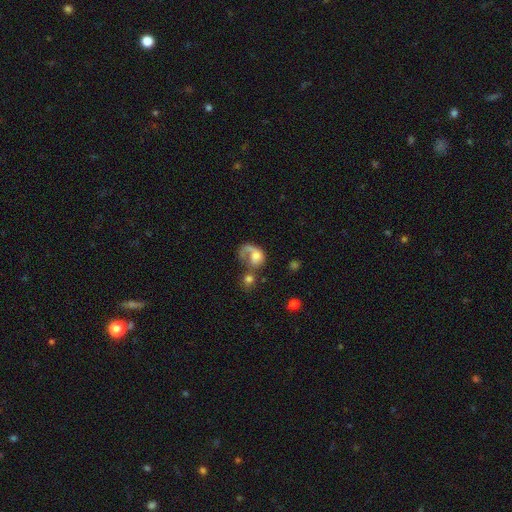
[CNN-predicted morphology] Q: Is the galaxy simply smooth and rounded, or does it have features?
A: featured or disk — 51%.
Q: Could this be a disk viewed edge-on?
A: no — 97%.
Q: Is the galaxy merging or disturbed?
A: major disturbance — 36%.